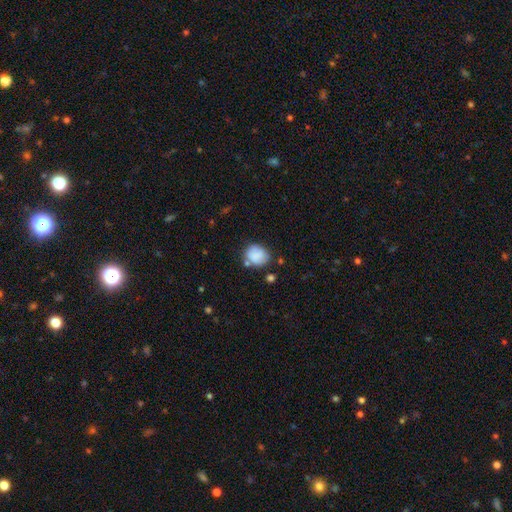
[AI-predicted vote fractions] Smooth or featured: smooth — 83% (featured or disk — 9%)
How rounded: round — 63% (in between — 37%)
Merging: none — 65% (minor disturbance — 20%)